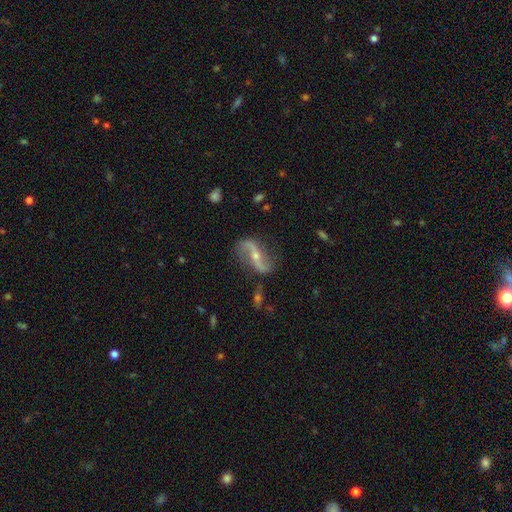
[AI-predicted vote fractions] The model was most divided on "bar": strong: 38%, weak: 32%, no: 30%. More confident: spiral arms — yes (95%); edge-on disk — no (95%); spiral arm count — 2 (93%); smooth or featured — featured or disk (88%); spiral winding — loose (81%); merging — none (79%); bulge size — small (56%).